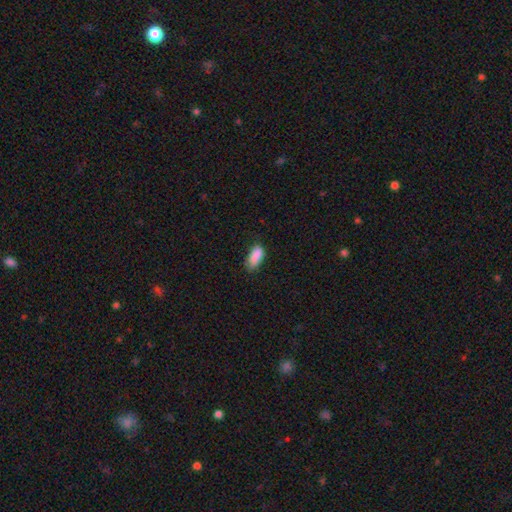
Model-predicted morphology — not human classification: Overall: smooth (87%). How rounded: in between (84%). Merging: none (61%; minor disturbance 30%).